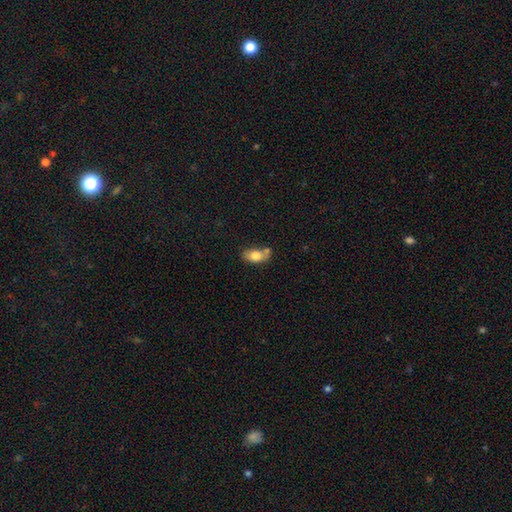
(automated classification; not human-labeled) A smooth galaxy with no disk features (77%) that is in between round and cigar-shaped (86%). Merging: none (49%).